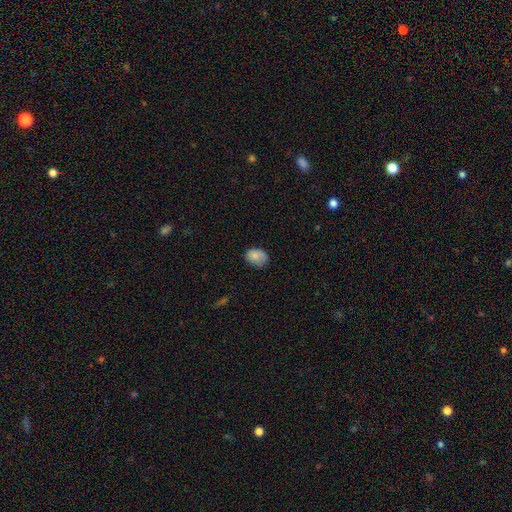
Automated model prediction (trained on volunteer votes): This appears to be a smooth galaxy with no disk features (81%) that is in between round and cigar-shaped (62%). Merging: none (61%).